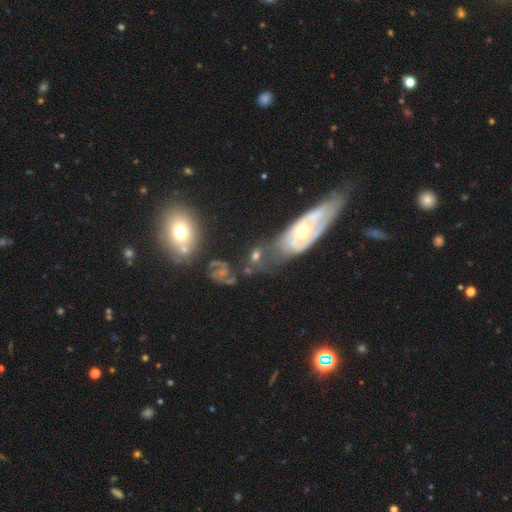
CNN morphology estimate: featured or disk 46%, smooth 41%, star or artifact 13%. Down the decision tree: merging — none (40%).